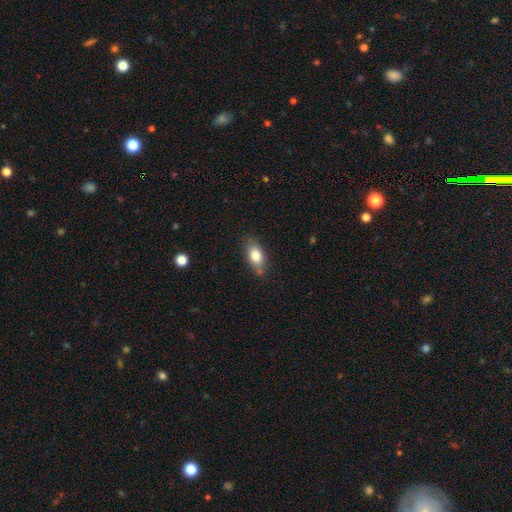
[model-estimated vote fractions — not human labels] This is likely a smooth galaxy (77%). How rounded: clearly in between (83%). Merging: likely none (73%).